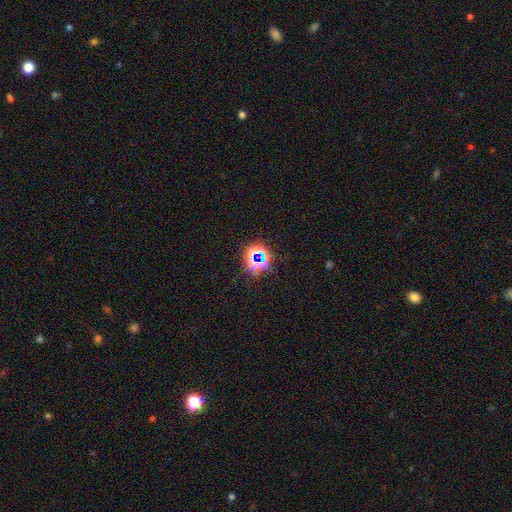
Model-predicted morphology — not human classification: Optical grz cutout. It shows a star or artifact, not a galaxy (71%).